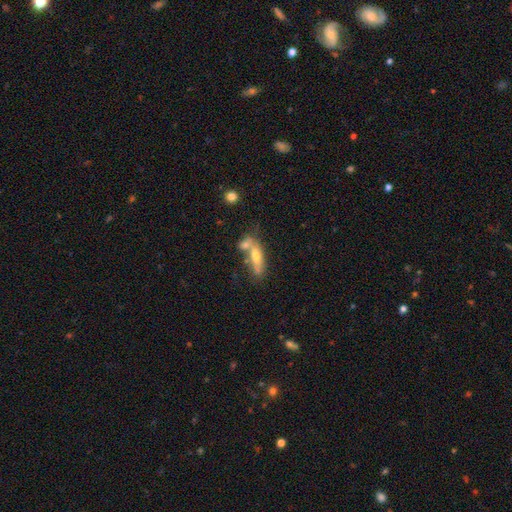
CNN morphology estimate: A smooth galaxy with no disk features (49%). Merging: none (41%).